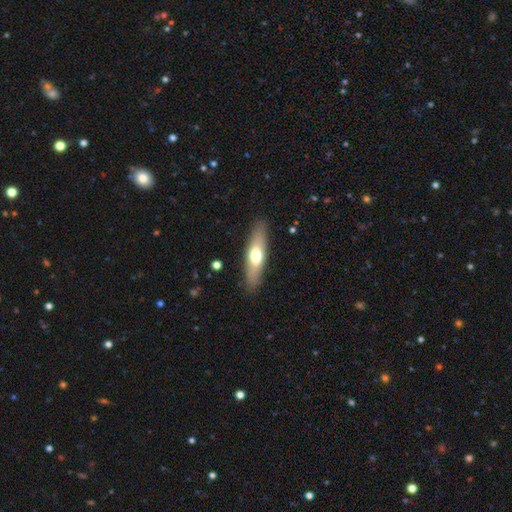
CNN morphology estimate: smooth_or_featured: smooth (p=0.56) [alt: featured or disk p=0.38]
how_rounded: cigar-shaped (p=0.61) [alt: in between p=0.37]
merging: none (p=0.87) [alt: minor disturbance p=0.09]